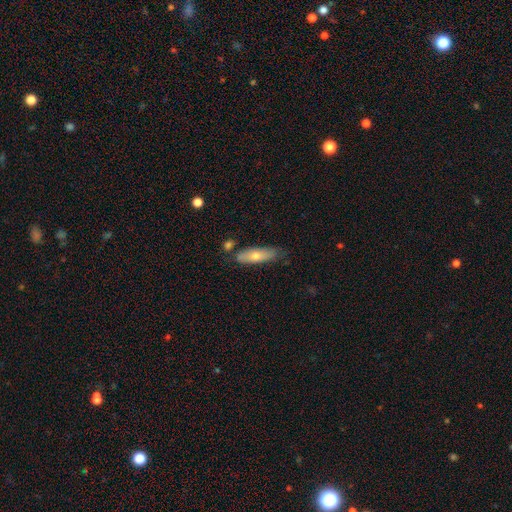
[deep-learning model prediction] Smooth or featured: smooth — 50% (featured or disk — 39%)
Merging: none — 75% (minor disturbance — 15%)